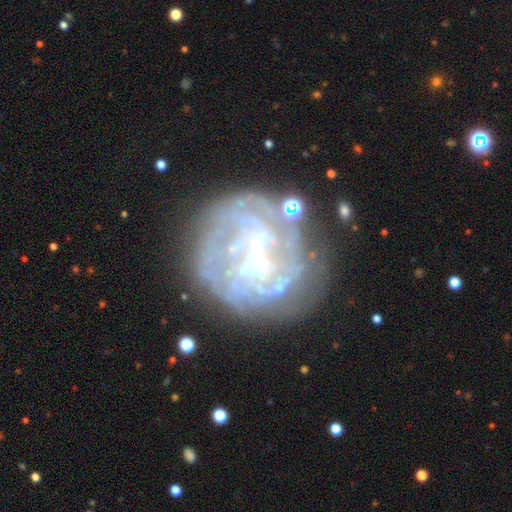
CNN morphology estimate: Q: Smooth or featured?
A: featured or disk (75%); runner-up: smooth (14%)
Q: Edge-on disk?
A: no (97%); runner-up: yes (3%)
Q: Bar?
A: weak (35%); tied with: no (35%)
Q: Spiral arms?
A: no (52%); runner-up: yes (48%)
Q: Bulge size?
A: none (51%); runner-up: small (28%)
Q: Merging?
A: none (62%); runner-up: minor disturbance (17%)